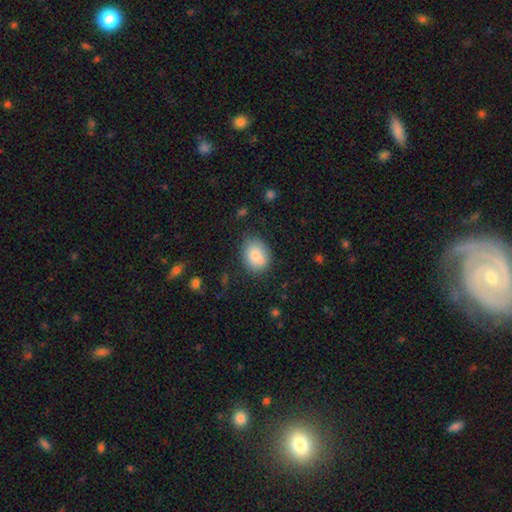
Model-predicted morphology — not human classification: This appears to be a smooth galaxy with no disk features (81%) that is in between round and cigar-shaped (59%). Merging: none (72%).